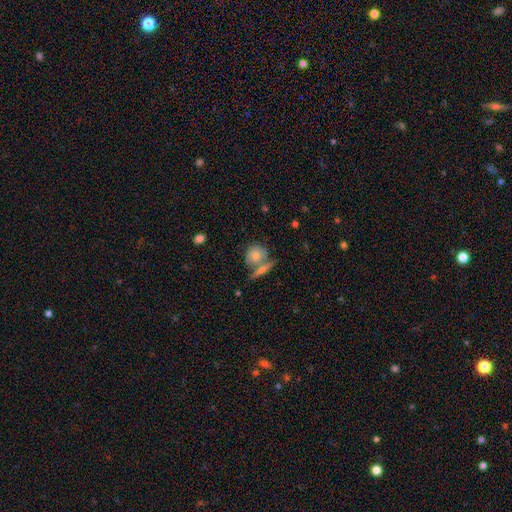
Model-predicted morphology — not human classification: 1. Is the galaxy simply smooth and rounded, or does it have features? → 67% smooth, 23% featured or disk, 10% star or artifact.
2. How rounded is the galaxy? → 69% round, 25% in between, 6% cigar-shaped.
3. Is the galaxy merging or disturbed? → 50% none, 34% merger, 12% minor disturbance, 5% major disturbance.